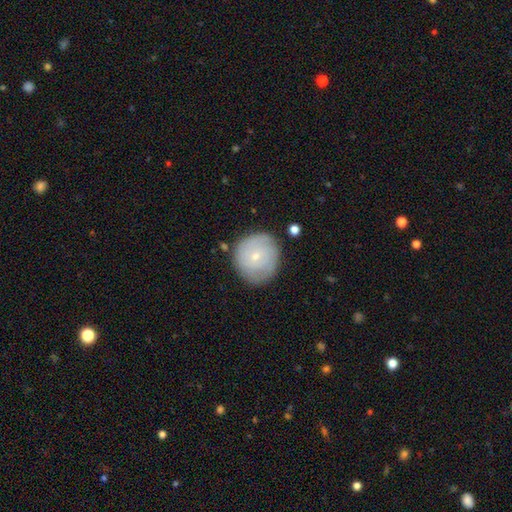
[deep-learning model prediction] Smooth or featured: smooth — 55% (featured or disk — 38%)
How rounded: round — 88% (in between — 11%)
Merging: none — 76% (minor disturbance — 17%)